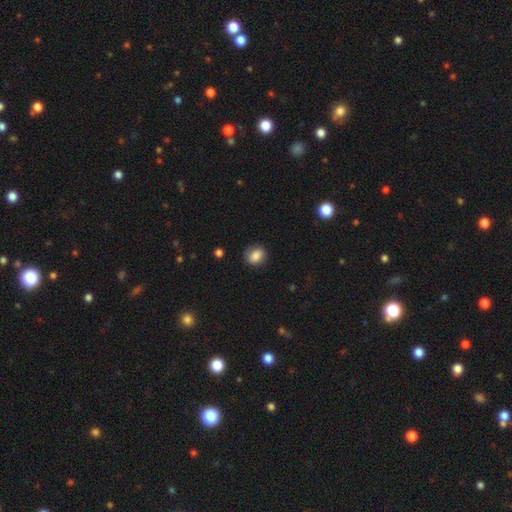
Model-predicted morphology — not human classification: A smooth galaxy with no disk features (82%) that is round (63%). Merging: none (79%).